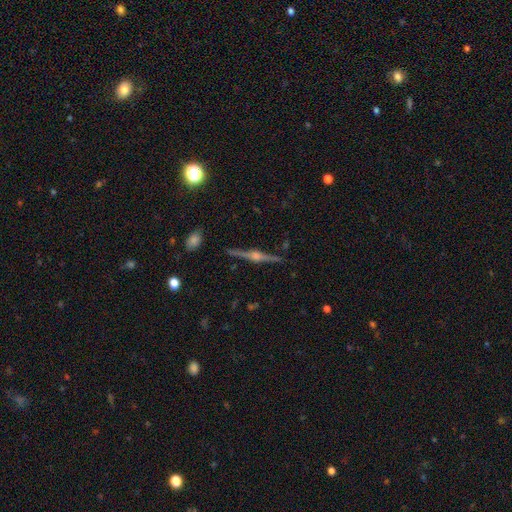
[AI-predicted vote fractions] Overall: featured or disk (87%). Edge-on disk: yes (98%). Edge-on bulge: rounded (91%). Merging: none (91%).